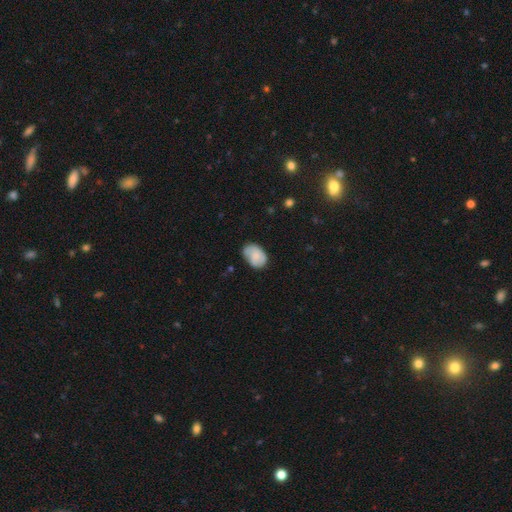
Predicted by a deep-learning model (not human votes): This appears to be a smooth galaxy with no disk features (74%) that is in between round and cigar-shaped (82%). Merging: none (63%).